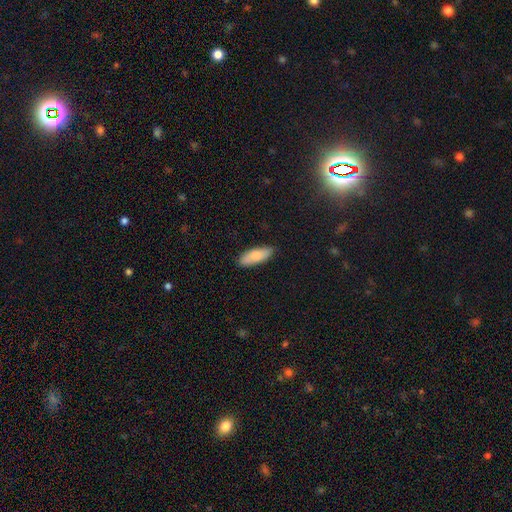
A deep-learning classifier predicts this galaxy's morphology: type=smooth (73%); roundness=in between (69%); merging=none (87%).